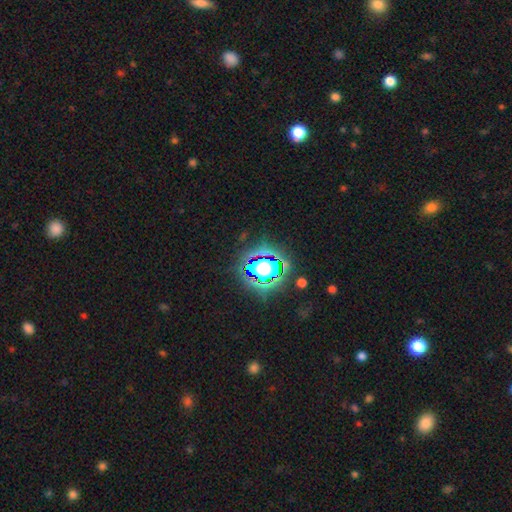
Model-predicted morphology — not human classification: This is likely a star or artifact rather than a galaxy (70%).